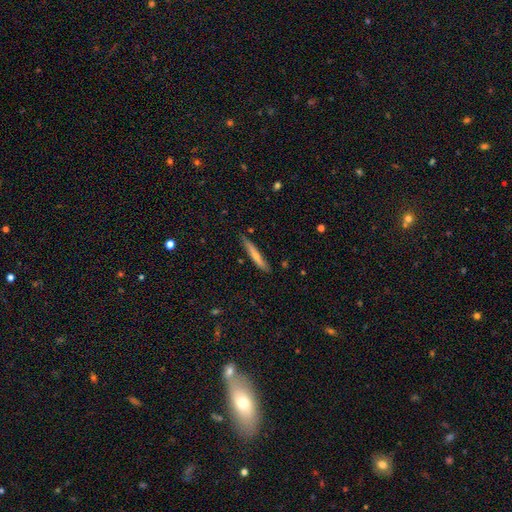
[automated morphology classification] This is possibly a smooth galaxy (56%). How rounded: clearly cigar-shaped (93%). Merging: clearly none (82%).